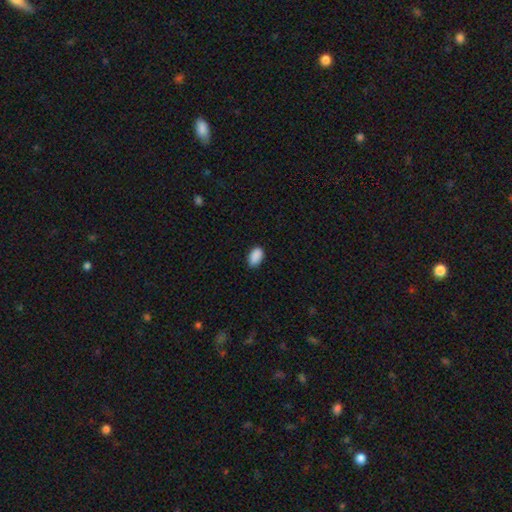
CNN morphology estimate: Smooth or featured? Predicted: smooth (p=0.90). How rounded? Predicted: in between (p=0.92). Merging? Predicted: none (p=0.85).